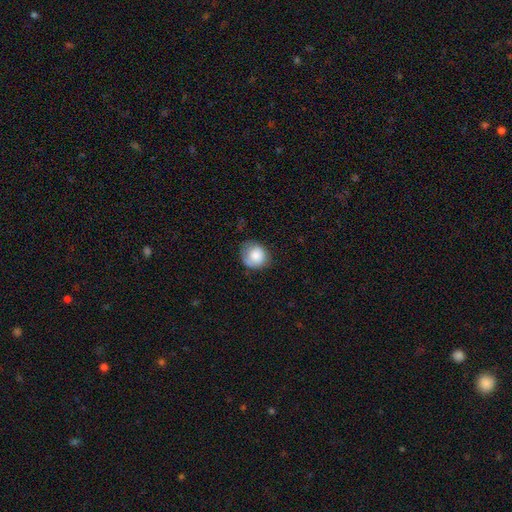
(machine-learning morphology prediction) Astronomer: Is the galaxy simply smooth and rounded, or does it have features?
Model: smooth — 80%.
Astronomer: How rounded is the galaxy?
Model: round — 76%.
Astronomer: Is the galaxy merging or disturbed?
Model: none — 57%.